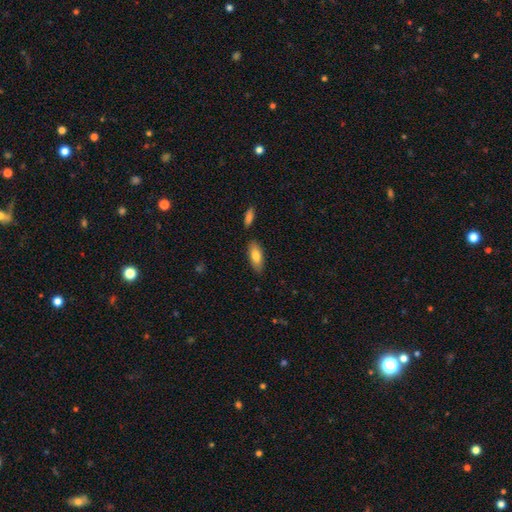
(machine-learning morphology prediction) A smooth galaxy with no disk features (78%) that is in between round and cigar-shaped (76%).

Vote fractions:
- Smooth or featured? smooth: 78% / featured or disk: 16% / star or artifact: 6%
- How rounded? in between: 76% / cigar-shaped: 22% / round: 2%
- Merging? none: 83% / minor disturbance: 11% / merger: 4% / major disturbance: 2%